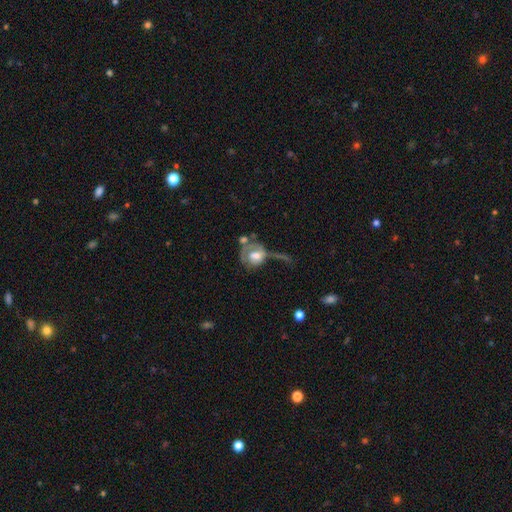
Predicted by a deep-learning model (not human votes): Overall: featured or disk (55%; smooth 37%). Edge-on disk: no (96%). Bar: no (72%). Spiral arms: no (52%; yes 48%). Bulge size: moderate (48%; large 29%). Merging: major disturbance (41%; merger 24%).